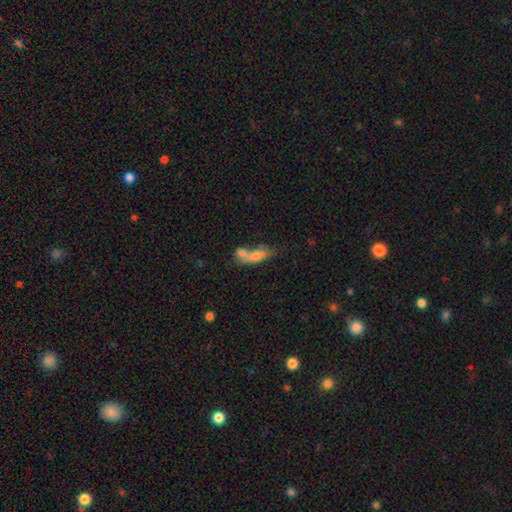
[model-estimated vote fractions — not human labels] The model was most divided on "merging": merger: 61%, none: 22%, minor disturbance: 10%, major disturbance: 7%. More confident: how rounded — in between (70%); smooth or featured — smooth (69%).